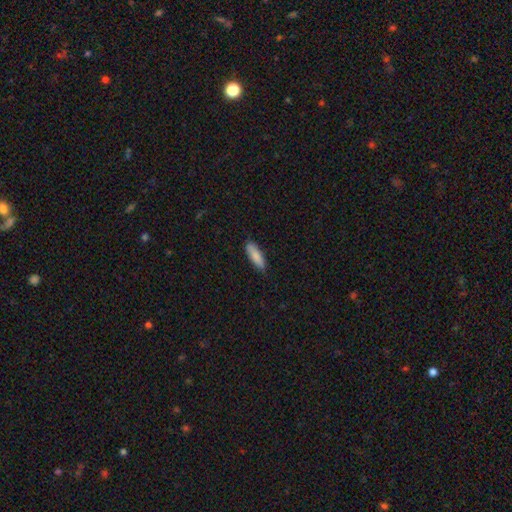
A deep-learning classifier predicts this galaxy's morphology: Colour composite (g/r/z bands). It shows a smooth galaxy with no disk features (86%) that is cigar-shaped (51%). Merging: none (84%).